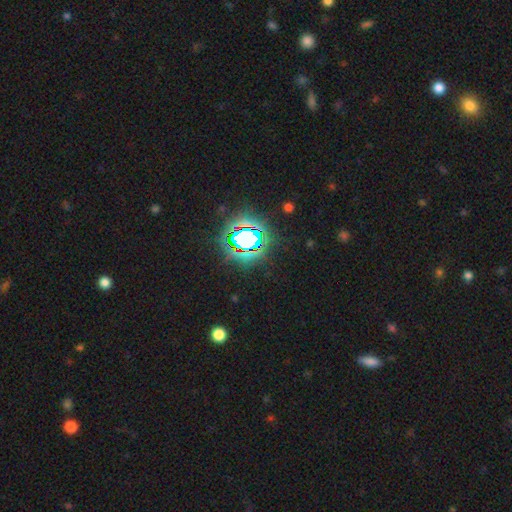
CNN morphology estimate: smooth-or-featured: star or artifact: 84% | smooth: 10% | featured or disk: 6%